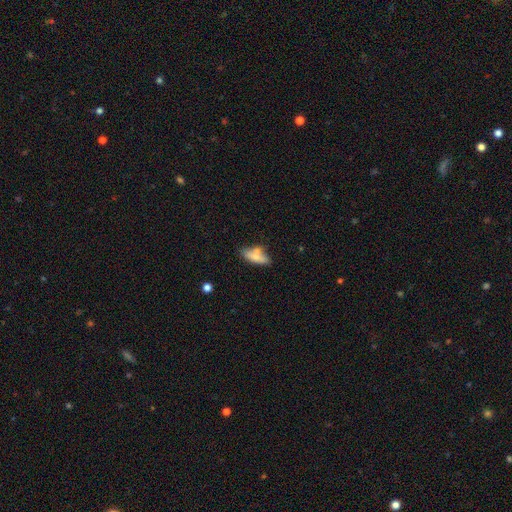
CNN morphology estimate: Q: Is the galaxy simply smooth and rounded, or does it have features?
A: smooth — 68%.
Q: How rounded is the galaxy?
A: in between — 62%.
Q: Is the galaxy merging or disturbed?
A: none — 55%.